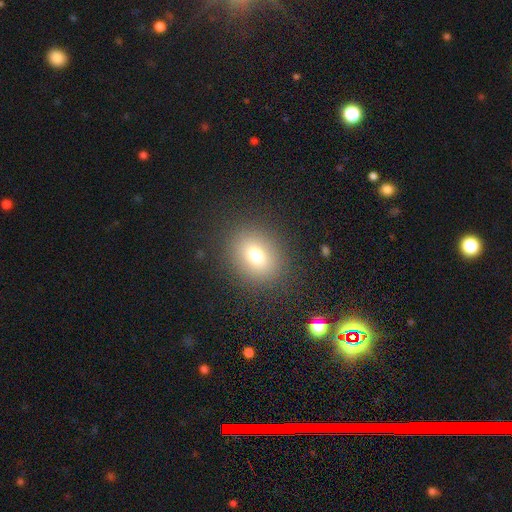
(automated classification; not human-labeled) A smooth galaxy with no disk features (74%) that is round (61%).

Vote fractions:
- Smooth or featured? smooth: 74% / star or artifact: 14% / featured or disk: 12%
- How rounded? round: 61% / in between: 38% / cigar-shaped: 1%
- Merging? none: 87% / minor disturbance: 7% / major disturbance: 4% / merger: 1%